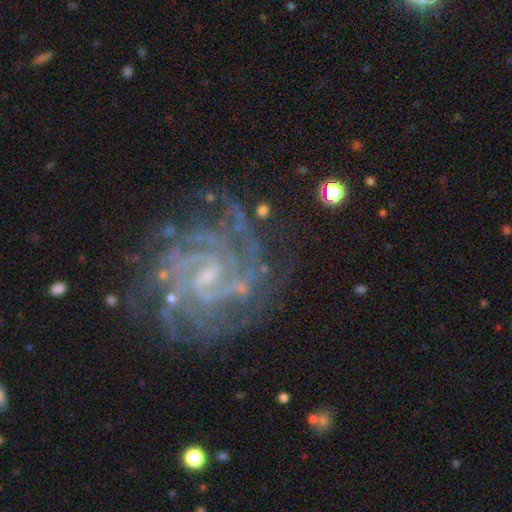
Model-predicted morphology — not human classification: smooth_or_featured: featured or disk (p=0.87) [alt: star or artifact p=0.08]
disk_edge_on: no (p=0.98) [alt: yes p=0.02]
bar: weak (p=0.53) [alt: no p=0.28]
has_spiral_arms: yes (p=0.97) [alt: no p=0.03]
spiral_winding: tight (p=0.67) [alt: medium p=0.28]
spiral_arm_count: can't tell (p=0.27) [alt: 4 p=0.21]
bulge_size: small (p=0.62) [alt: none p=0.18]
merging: none (p=0.77) [alt: minor disturbance p=0.13]